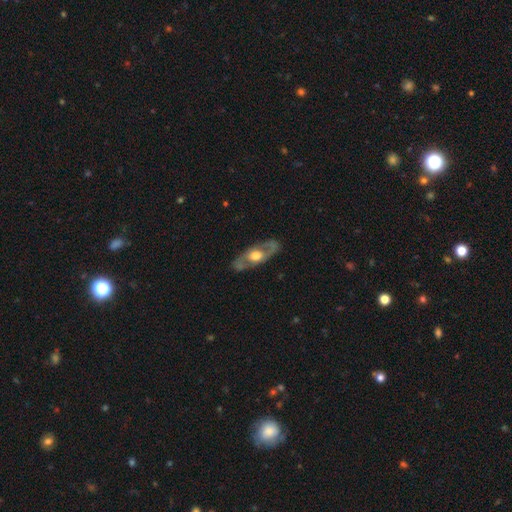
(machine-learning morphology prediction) Q: Smooth or featured?
A: featured or disk (68%); runner-up: smooth (28%)
Q: Edge-on disk?
A: no (72%); runner-up: yes (28%)
Q: Merging?
A: none (80%); runner-up: minor disturbance (14%)